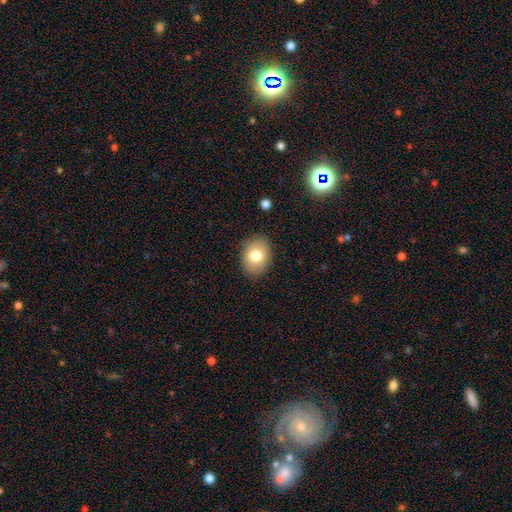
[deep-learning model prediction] A smooth galaxy with no disk features (77%) that is in between round and cigar-shaped (65%).

Vote fractions:
- Smooth or featured? smooth: 77% / featured or disk: 14% / star or artifact: 9%
- How rounded? in between: 65% / round: 34% / cigar-shaped: 1%
- Merging? none: 87% / minor disturbance: 9% / major disturbance: 3% / merger: 1%